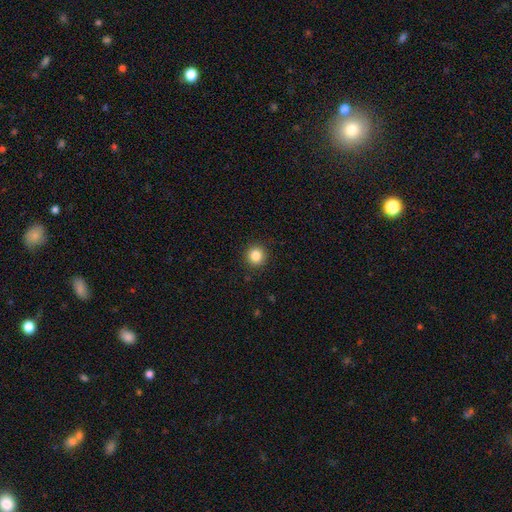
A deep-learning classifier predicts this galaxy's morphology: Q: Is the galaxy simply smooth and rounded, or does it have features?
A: smooth — 85%.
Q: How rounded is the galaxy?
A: round — 94%.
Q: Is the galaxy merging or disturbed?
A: none — 92%.